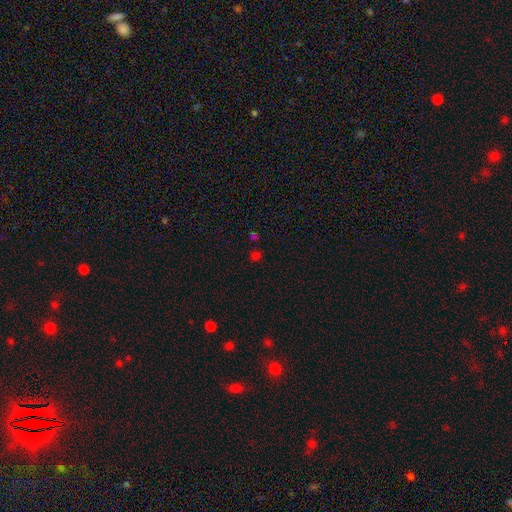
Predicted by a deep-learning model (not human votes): smooth_or_featured: smooth (p=0.54) [alt: star or artifact p=0.40]
how_rounded: round (p=0.79) [alt: in between p=0.19]
merging: none (p=0.74) [alt: minor disturbance p=0.11]